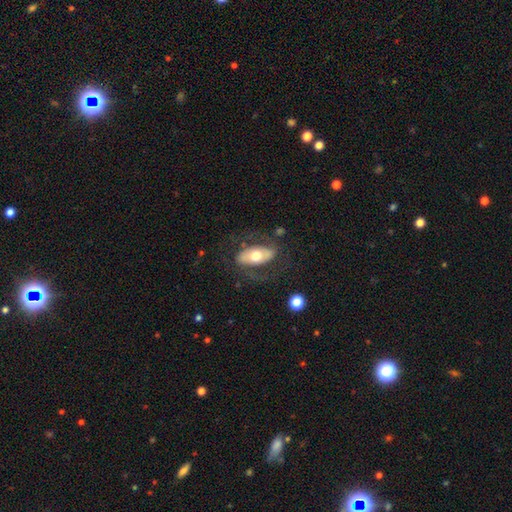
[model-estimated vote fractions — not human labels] featured or disk 53%, smooth 41%, star or artifact 6%. Down the decision tree: edge-on disk — no (87%); merging — none (68%).